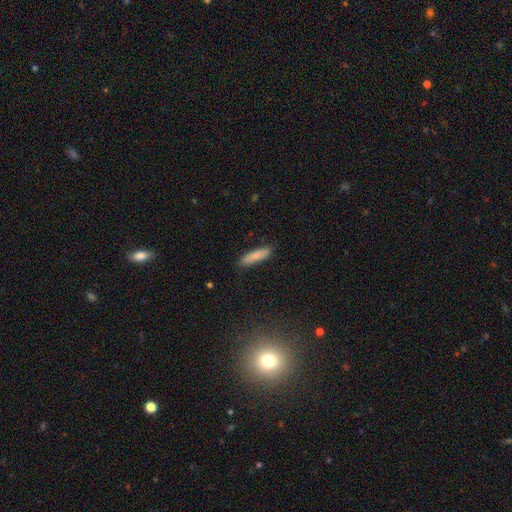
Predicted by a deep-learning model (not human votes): Morphology: type=smooth (84%); roundness=cigar-shaped (79%); merging=none (87%).